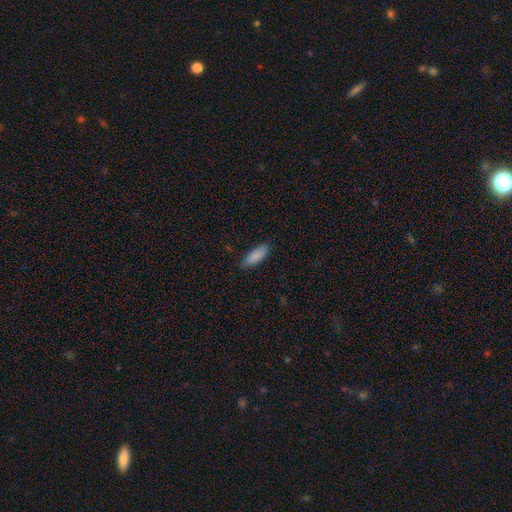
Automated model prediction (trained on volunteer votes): Smooth or featured? smooth (87%)
How rounded? in between (63%)
Merging? none (80%)